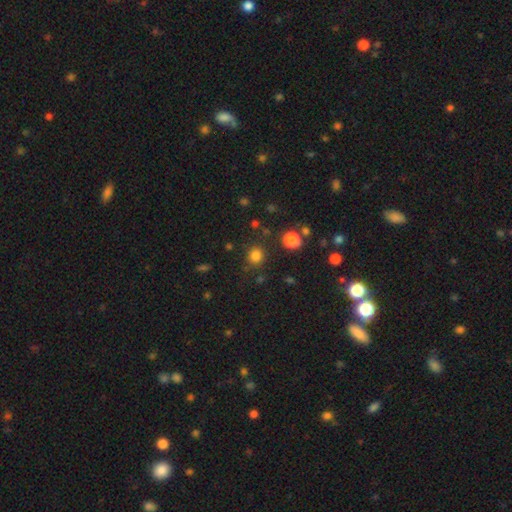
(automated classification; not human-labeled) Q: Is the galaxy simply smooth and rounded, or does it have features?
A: smooth — 79%.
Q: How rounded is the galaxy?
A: round — 87%.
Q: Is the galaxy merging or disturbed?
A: none — 85%.